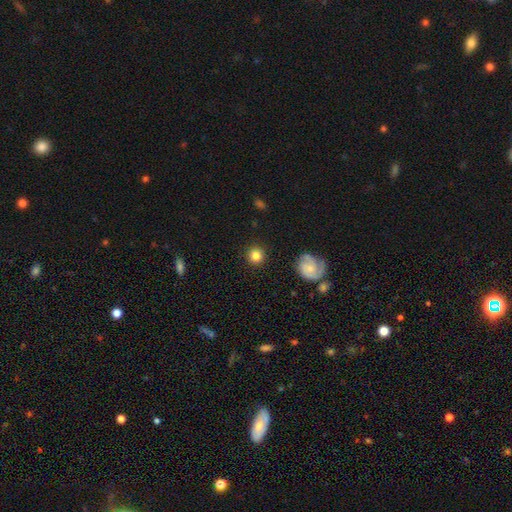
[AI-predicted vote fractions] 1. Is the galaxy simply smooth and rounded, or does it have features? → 82% smooth, 10% featured or disk, 8% star or artifact.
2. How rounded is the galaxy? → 93% round, 6% in between, 1% cigar-shaped.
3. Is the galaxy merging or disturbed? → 90% none, 6% minor disturbance, 2% major disturbance, 2% merger.